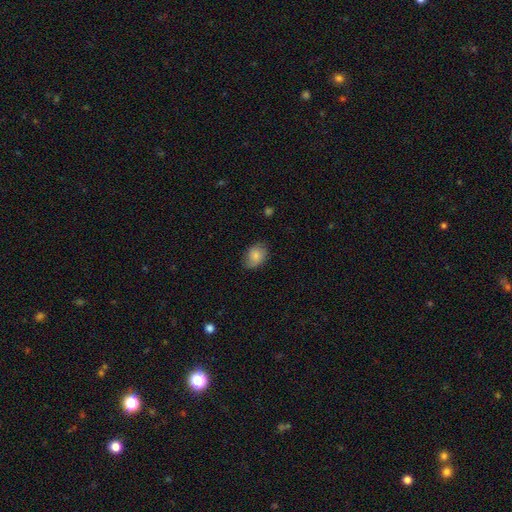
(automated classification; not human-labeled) Overall: smooth (79%). How rounded: in between (71%). Merging: none (73%).